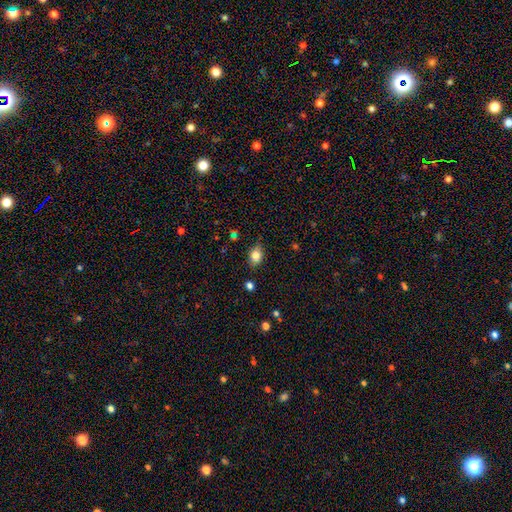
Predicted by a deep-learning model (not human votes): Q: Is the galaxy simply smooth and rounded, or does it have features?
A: smooth — 79%.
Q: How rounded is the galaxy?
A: in between — 73%.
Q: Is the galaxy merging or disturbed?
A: none — 78%.